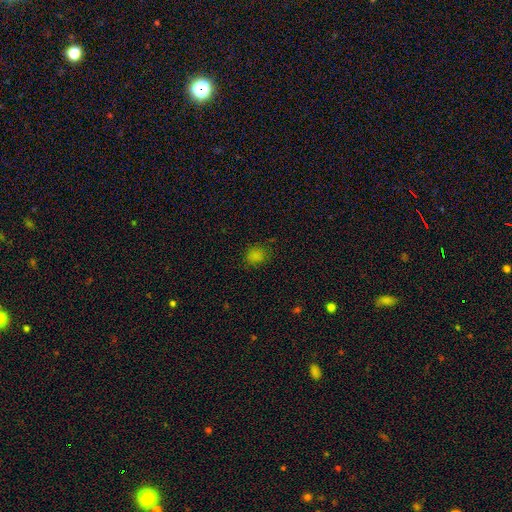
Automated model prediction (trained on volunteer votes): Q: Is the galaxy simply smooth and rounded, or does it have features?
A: smooth — 78%.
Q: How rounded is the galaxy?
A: round — 74%.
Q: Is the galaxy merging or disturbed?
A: none — 81%.